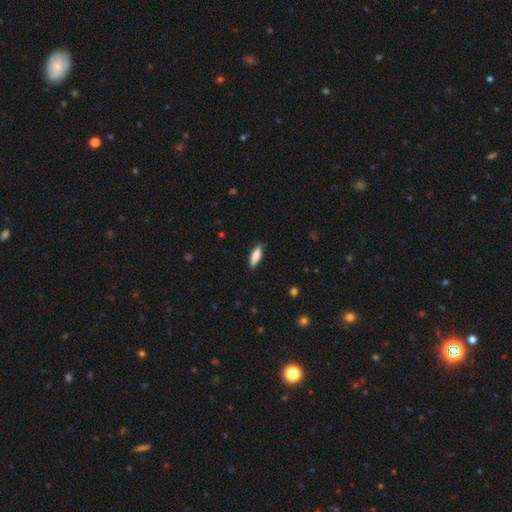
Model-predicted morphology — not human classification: The model was most divided on "how rounded": cigar-shaped: 50%, in between: 48%, round: 2%. More confident: merging — none (85%); smooth or featured — smooth (81%).